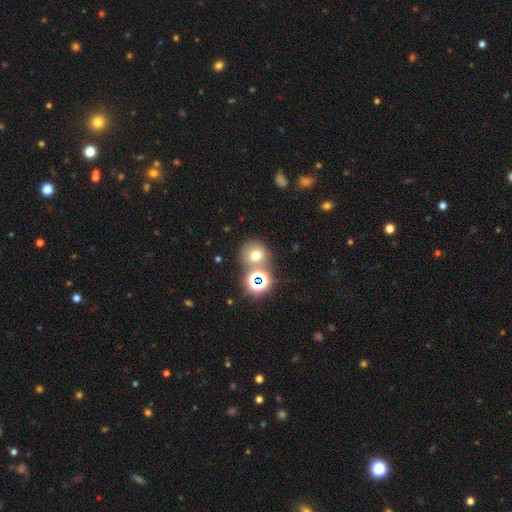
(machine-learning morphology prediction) Smooth or featured? Predicted: smooth (p=0.61). How rounded? Predicted: round (p=0.81). Merging? Predicted: none (p=0.60).